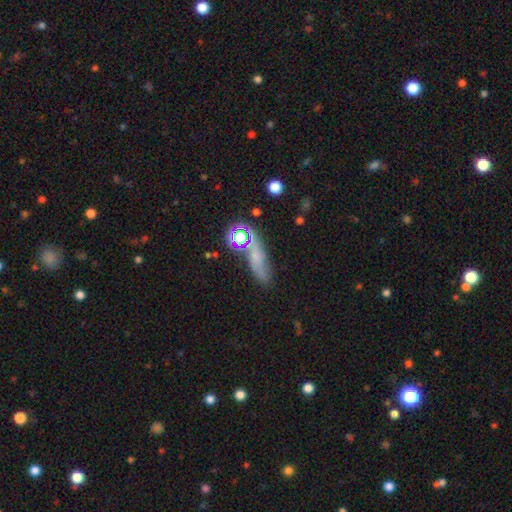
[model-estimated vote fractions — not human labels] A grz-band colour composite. It shows a smooth galaxy with no disk features (48%). Merging: none (60%).